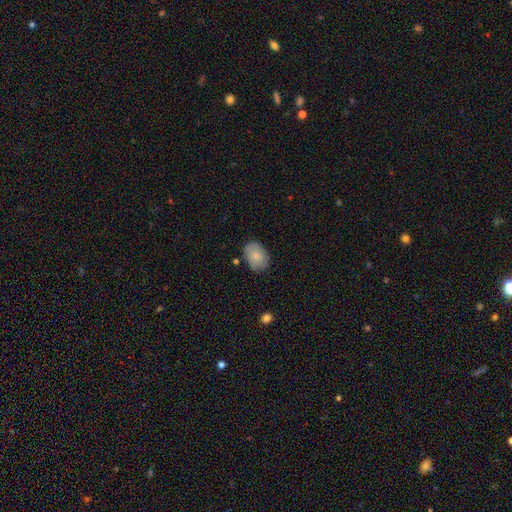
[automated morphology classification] Q: Smooth or featured?
A: smooth (78%); runner-up: featured or disk (15%)
Q: How rounded?
A: in between (81%); runner-up: round (18%)
Q: Merging?
A: none (76%); runner-up: minor disturbance (17%)